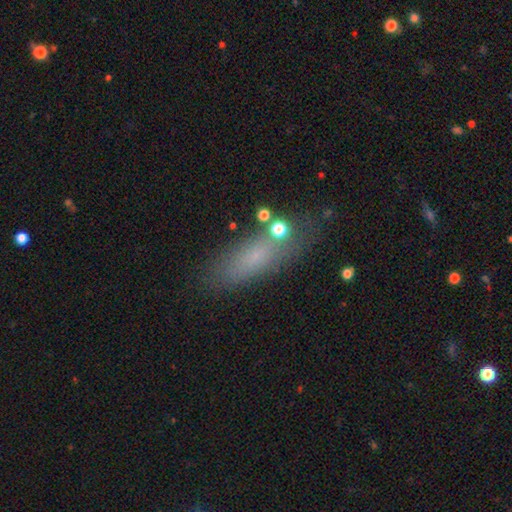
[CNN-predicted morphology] smooth 68%, featured or disk 18%, star or artifact 14%. Down the decision tree: how rounded — in between (54%); merging — none (72%).